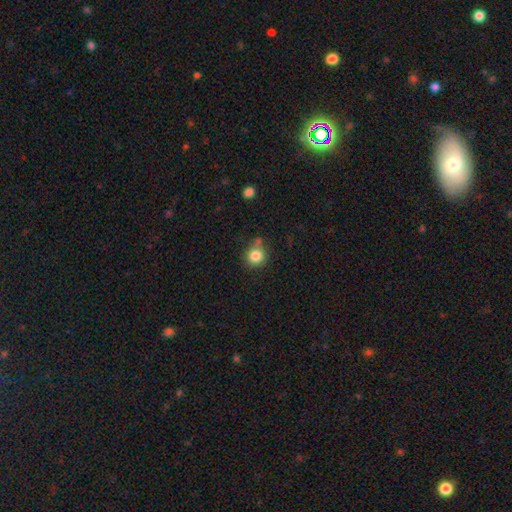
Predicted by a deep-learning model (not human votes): Morphology: type=smooth (84%); roundness=round (90%); merging=none (70%).